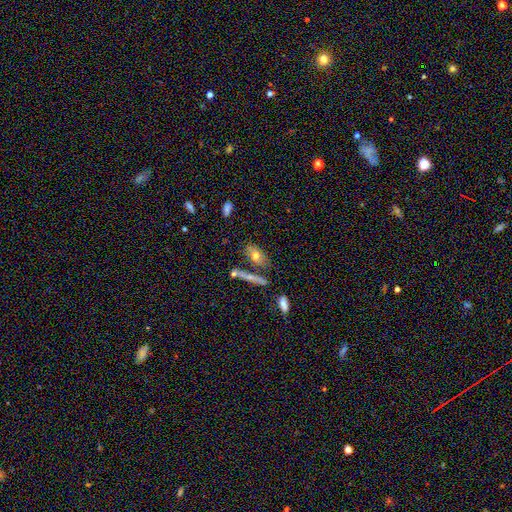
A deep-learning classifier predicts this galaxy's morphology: smooth-or-featured: smooth: 65% | featured or disk: 26% | star or artifact: 9%
  how-rounded: in between: 74% | cigar-shaped: 18% | round: 8%
  merging: none: 62% | minor disturbance: 16% | merger: 16% | major disturbance: 6%